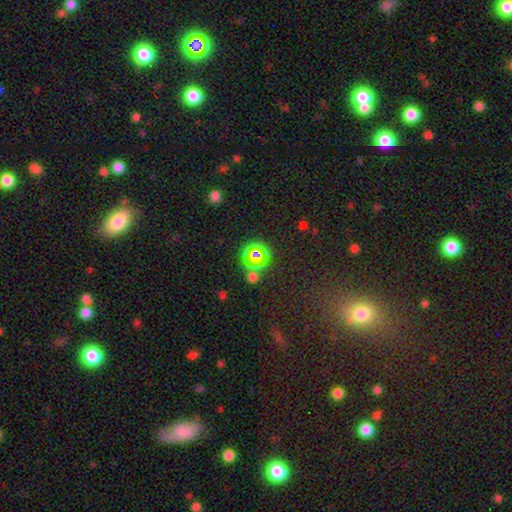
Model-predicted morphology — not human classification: Smooth or featured? star or artifact (49%)